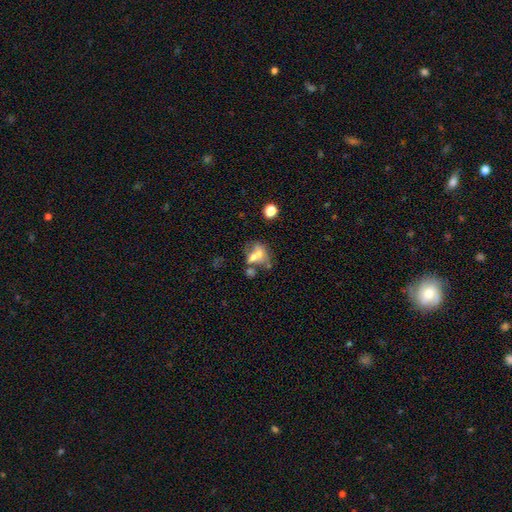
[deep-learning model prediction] The model was most divided on "smooth or featured": smooth: 46%, featured or disk: 39%, star or artifact: 15%. Remaining: merging — merger (46%).